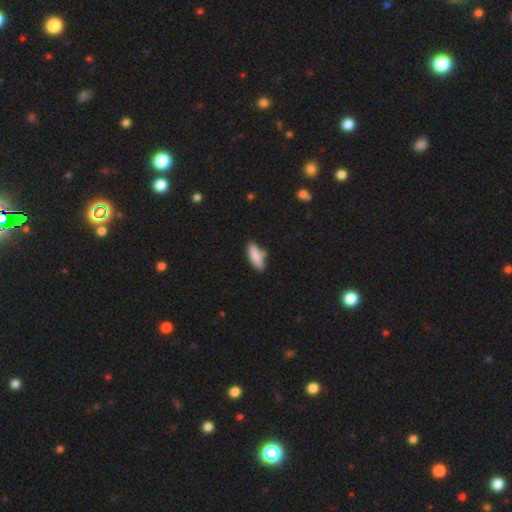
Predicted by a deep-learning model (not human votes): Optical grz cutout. It shows a smooth galaxy with no disk features (84%) that is in between round and cigar-shaped (51%). Merging: none (71%).